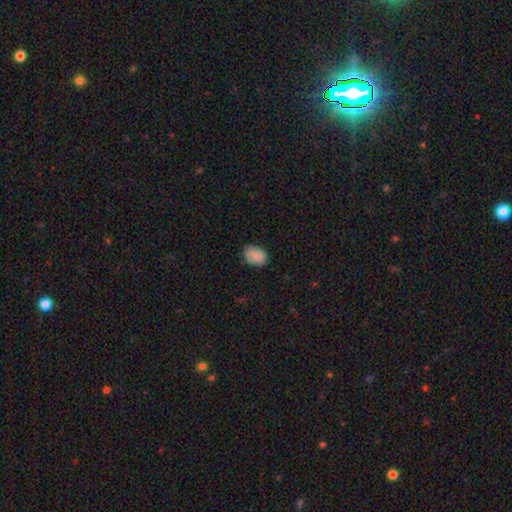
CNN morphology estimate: A smooth galaxy with no disk features (82%) that is in between round and cigar-shaped (75%). Merging: none (78%).